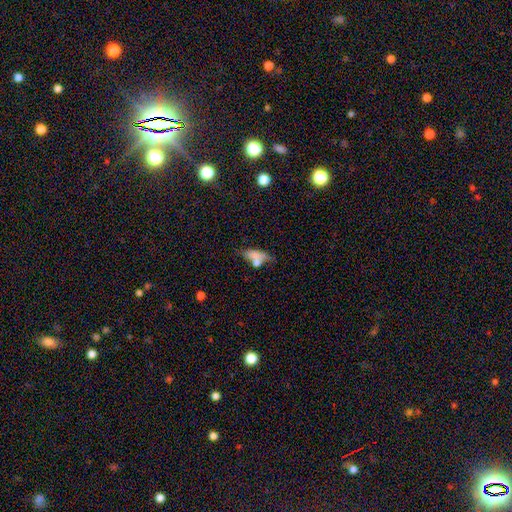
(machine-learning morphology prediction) The model was most divided on "merging": none: 43%, merger: 25%, minor disturbance: 21%, major disturbance: 11%. More confident: how rounded — in between (71%); smooth or featured — smooth (68%).